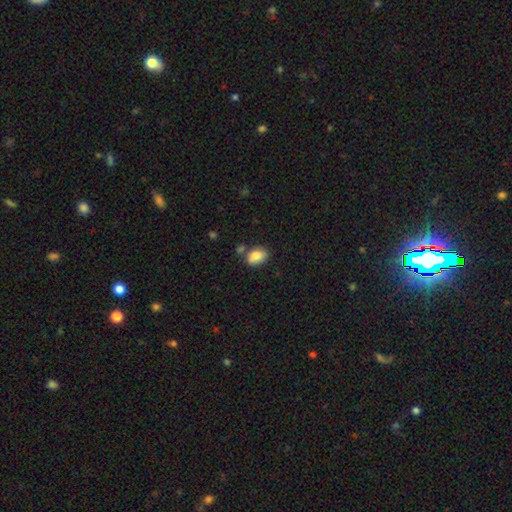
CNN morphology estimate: Smooth or featured? smooth (81%)
How rounded? in between (81%)
Merging? none (66%)